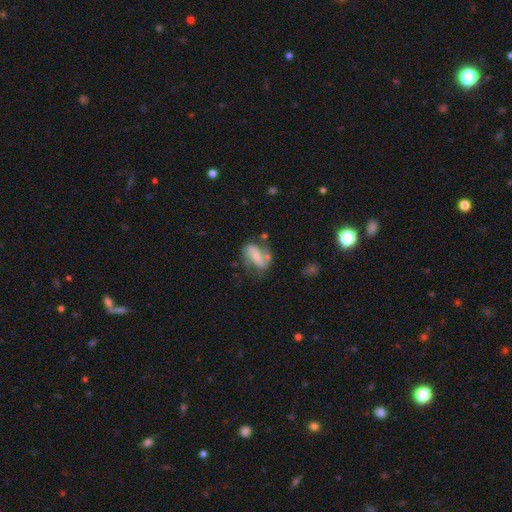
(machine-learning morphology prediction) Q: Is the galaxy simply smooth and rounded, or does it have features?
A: featured or disk — 64%.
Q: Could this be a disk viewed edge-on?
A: no — 94%.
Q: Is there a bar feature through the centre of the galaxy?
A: strong — 38%.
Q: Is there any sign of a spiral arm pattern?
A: yes — 81%.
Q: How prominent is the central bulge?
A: small — 52%.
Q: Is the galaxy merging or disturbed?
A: none — 52%.